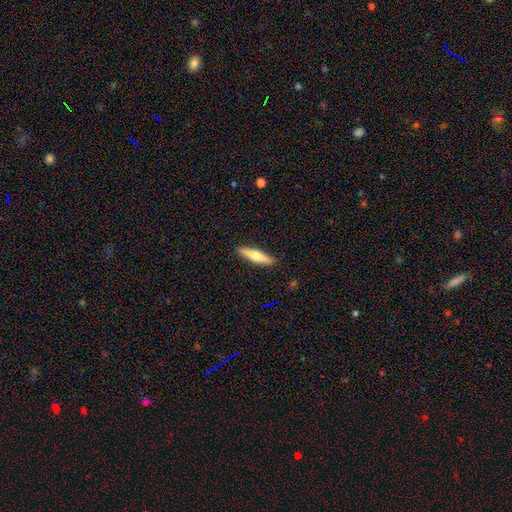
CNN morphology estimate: This is possibly a smooth galaxy (53%). How rounded: likely cigar-shaped (78%). Merging: clearly none (90%).